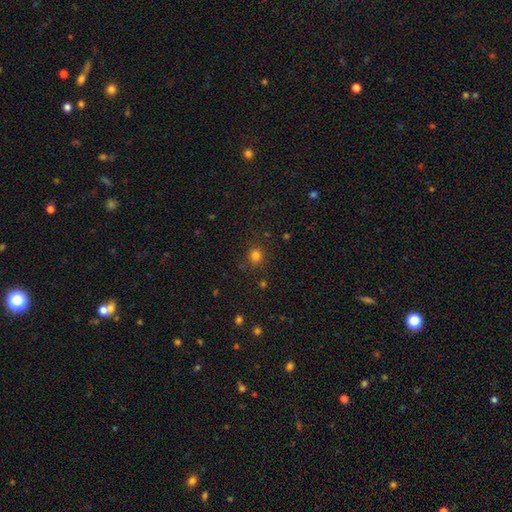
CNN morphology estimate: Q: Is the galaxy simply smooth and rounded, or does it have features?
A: smooth — 80%.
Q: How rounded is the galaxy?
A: round — 87%.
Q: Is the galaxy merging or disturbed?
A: none — 86%.